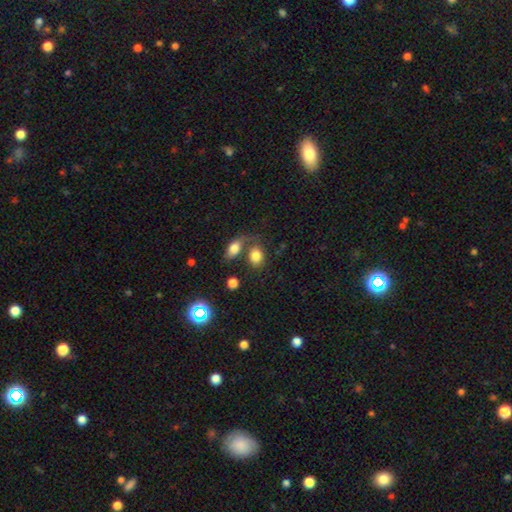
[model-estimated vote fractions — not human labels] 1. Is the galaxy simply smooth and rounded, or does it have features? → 80% smooth, 10% featured or disk, 10% star or artifact.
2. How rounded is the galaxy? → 66% in between, 32% round, 2% cigar-shaped.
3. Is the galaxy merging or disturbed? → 46% none, 34% merger, 12% minor disturbance, 7% major disturbance.